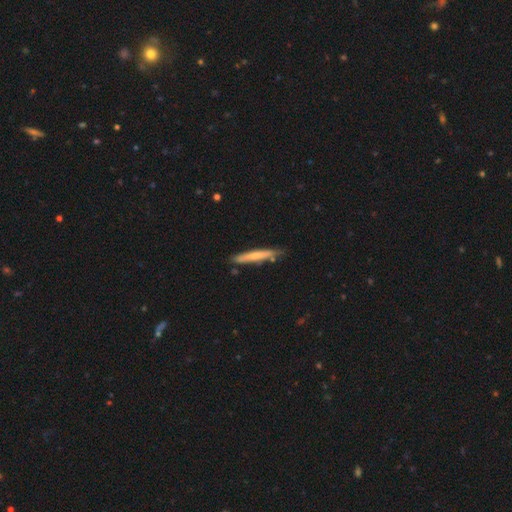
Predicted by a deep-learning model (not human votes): A smooth galaxy with no disk features (60%) that is cigar-shaped (95%). Merging: none (79%).